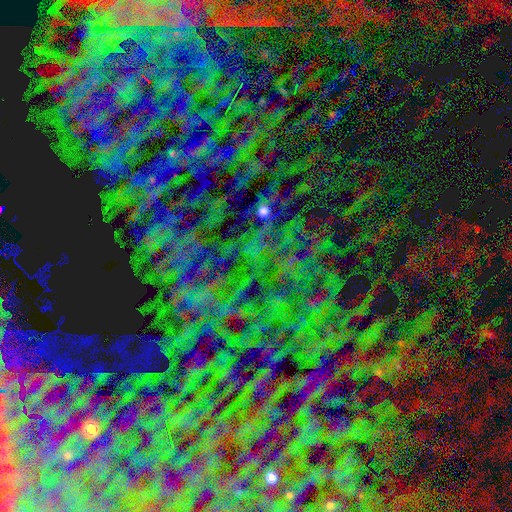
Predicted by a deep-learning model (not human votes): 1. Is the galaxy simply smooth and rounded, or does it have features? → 81% star or artifact, 11% smooth, 8% featured or disk.